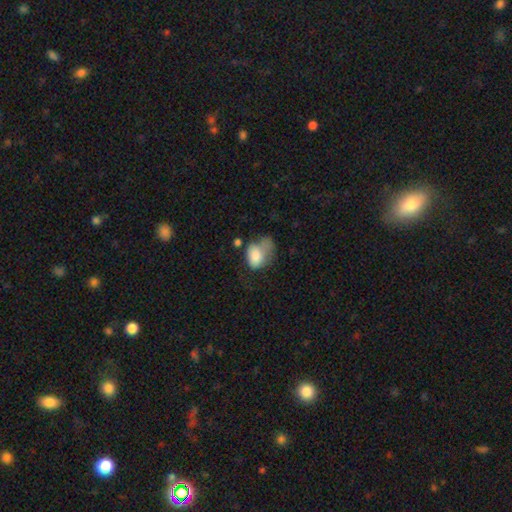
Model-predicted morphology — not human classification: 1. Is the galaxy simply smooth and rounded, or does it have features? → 76% smooth, 15% featured or disk, 9% star or artifact.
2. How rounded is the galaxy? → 78% in between, 21% round, 1% cigar-shaped.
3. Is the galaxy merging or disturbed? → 42% major disturbance, 29% minor disturbance, 19% none, 11% merger.